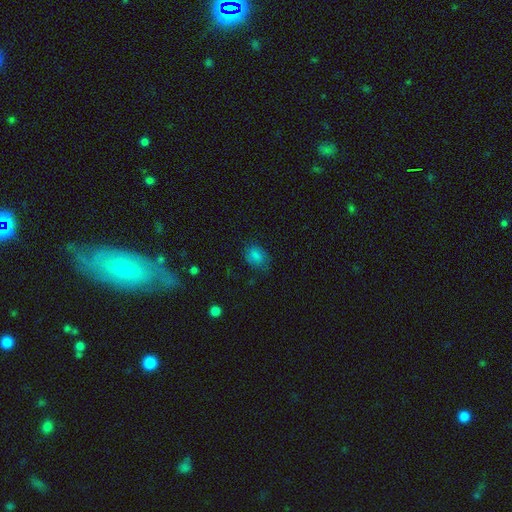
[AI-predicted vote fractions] Q: Smooth or featured?
A: smooth (81%); runner-up: star or artifact (12%)
Q: How rounded?
A: in between (68%); runner-up: round (30%)
Q: Merging?
A: none (68%); runner-up: minor disturbance (23%)